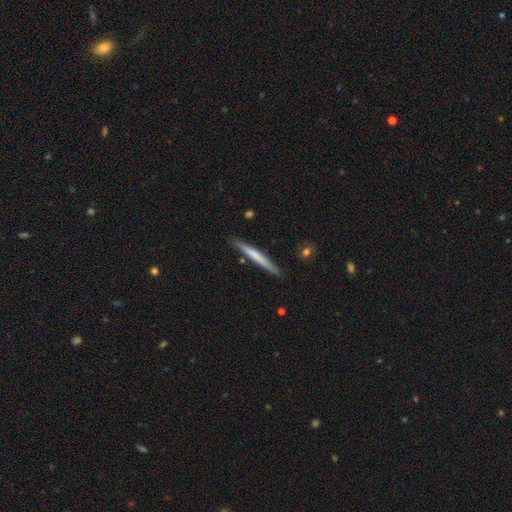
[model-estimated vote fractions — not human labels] This appears to be a smooth galaxy with no disk features (58%) that is cigar-shaped (97%). Merging: none (87%).